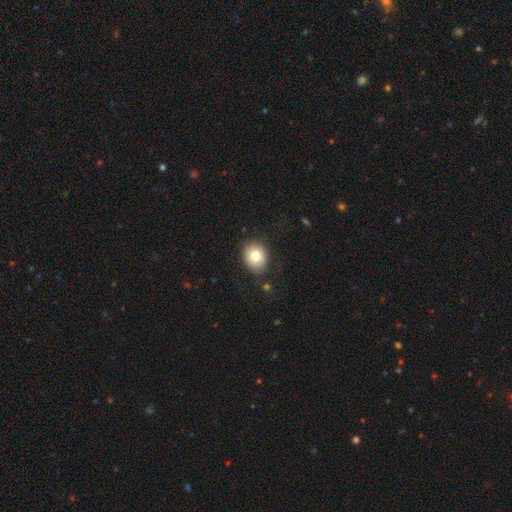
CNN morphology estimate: smooth_or_featured: smooth (p=0.77) [alt: featured or disk p=0.14]
how_rounded: round (p=0.58) [alt: in between p=0.41]
merging: none (p=0.80) [alt: minor disturbance p=0.15]